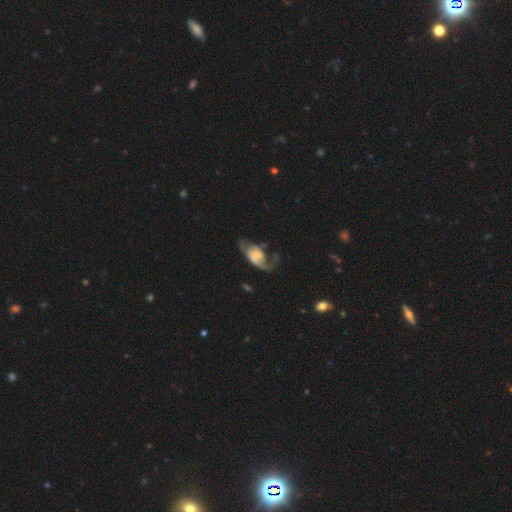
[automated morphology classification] featured or disk 64%, smooth 29%, star or artifact 7%. Down the decision tree: edge-on disk — no (94%); bar — no (62%); spiral arms — yes (77%); bulge size — large (26%); merging — major disturbance (44%).